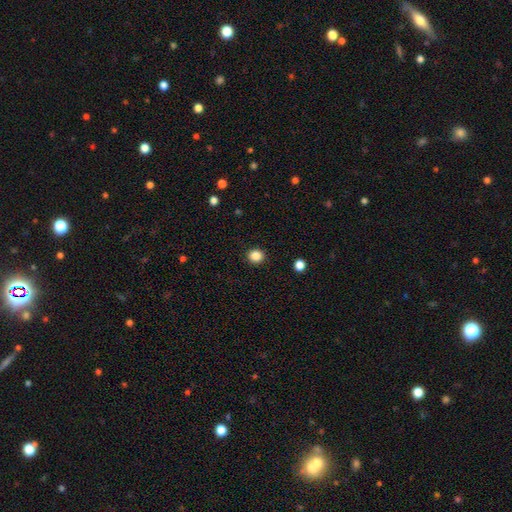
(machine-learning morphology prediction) A smooth galaxy with no disk features (86%) that is round (86%).

Vote fractions:
- Smooth or featured? smooth: 86% / star or artifact: 10% / featured or disk: 3%
- How rounded? round: 86% / in between: 13% / cigar-shaped: 1%
- Merging? none: 92% / minor disturbance: 5% / major disturbance: 2% / merger: 1%